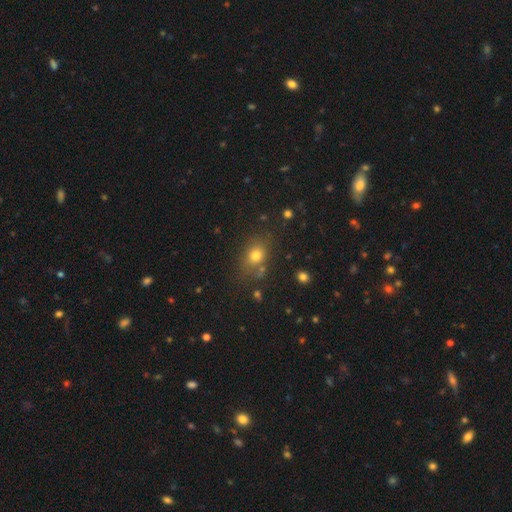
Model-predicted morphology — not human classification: Q: Smooth or featured?
A: smooth (73%); runner-up: star or artifact (17%)
Q: How rounded?
A: in between (54%); runner-up: round (44%)
Q: Merging?
A: none (73%); runner-up: minor disturbance (15%)